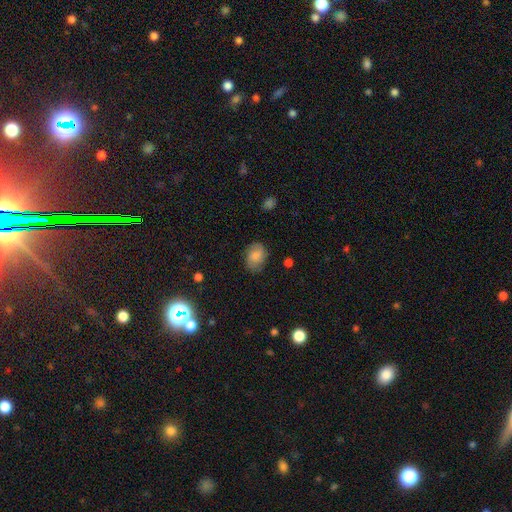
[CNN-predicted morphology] smooth 73%, featured or disk 18%, star or artifact 9%. Down the decision tree: how rounded — in between (67%); merging — none (76%).